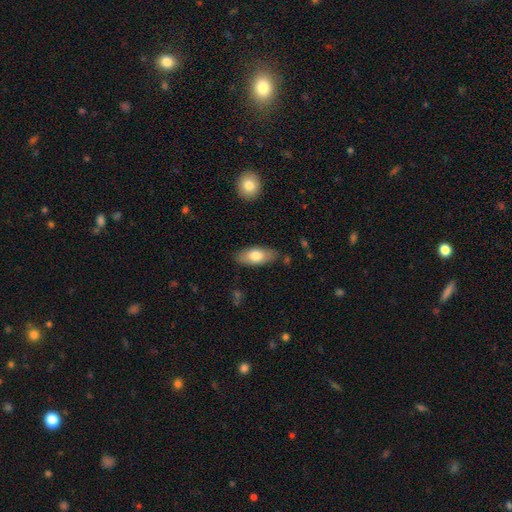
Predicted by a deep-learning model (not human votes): A smooth galaxy with no disk features (74%) that is in between round and cigar-shaped (86%). Merging: none (83%).